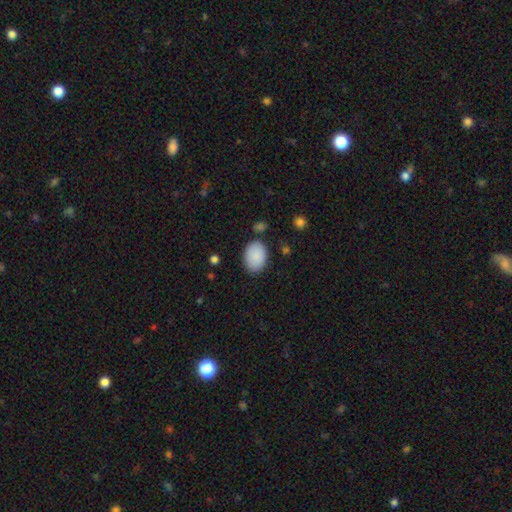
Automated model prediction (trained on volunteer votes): smooth 89%, star or artifact 6%, featured or disk 5%. Down the decision tree: how rounded — in between (83%); merging — none (82%).